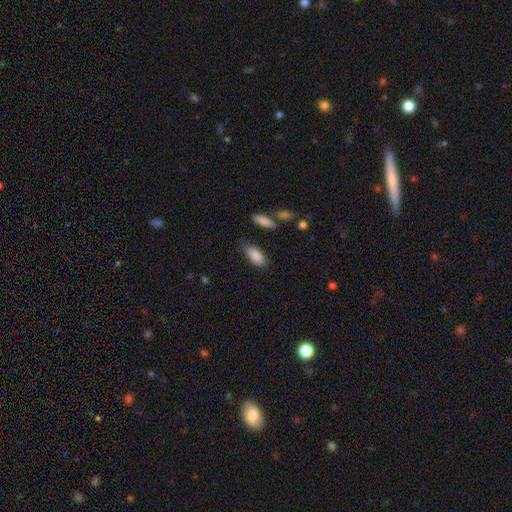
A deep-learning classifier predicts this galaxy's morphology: Overall: smooth (87%). How rounded: in between (83%). Merging: none (76%).